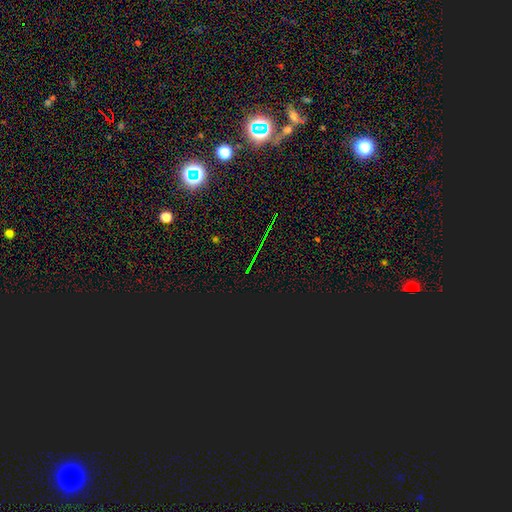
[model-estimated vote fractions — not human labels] star or artifact 81%, smooth 11%, featured or disk 8%.